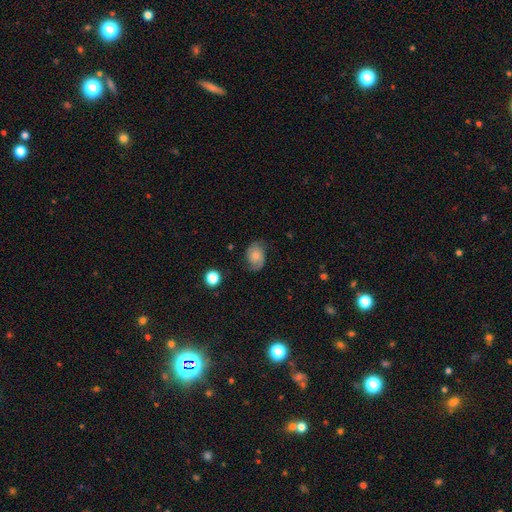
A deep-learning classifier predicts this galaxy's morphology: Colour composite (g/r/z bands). It shows a featured or disk galaxy (47%). Merging: none (68%).